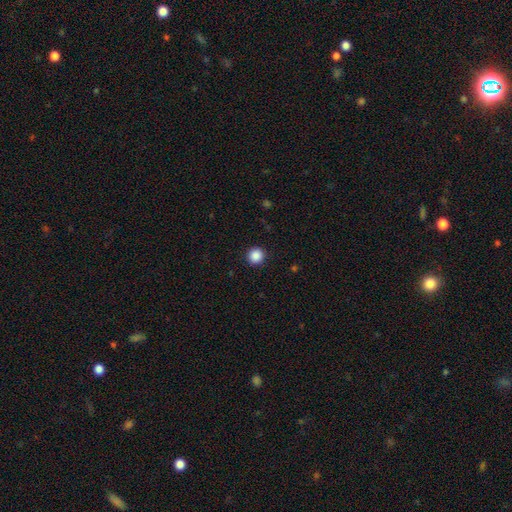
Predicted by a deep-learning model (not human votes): smooth_or_featured: smooth (p=0.88) [alt: star or artifact p=0.09]
how_rounded: round (p=0.94) [alt: in between p=0.05]
merging: none (p=0.92) [alt: minor disturbance p=0.05]